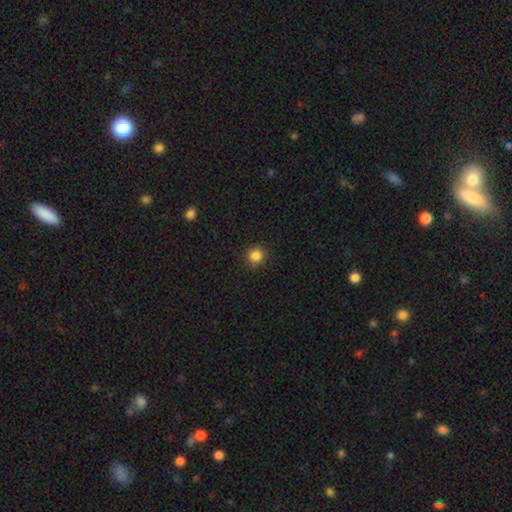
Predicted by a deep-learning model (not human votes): smooth_or_featured: smooth (p=0.85) [alt: star or artifact p=0.12]
how_rounded: round (p=0.94) [alt: in between p=0.05]
merging: none (p=0.91) [alt: minor disturbance p=0.06]